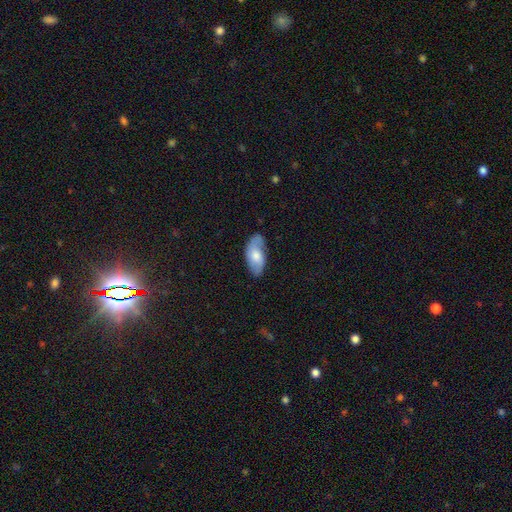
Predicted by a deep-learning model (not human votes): Smooth or featured? Predicted: smooth (p=0.54). How rounded? Predicted: in between (p=0.92). Merging? Predicted: none (p=0.72).